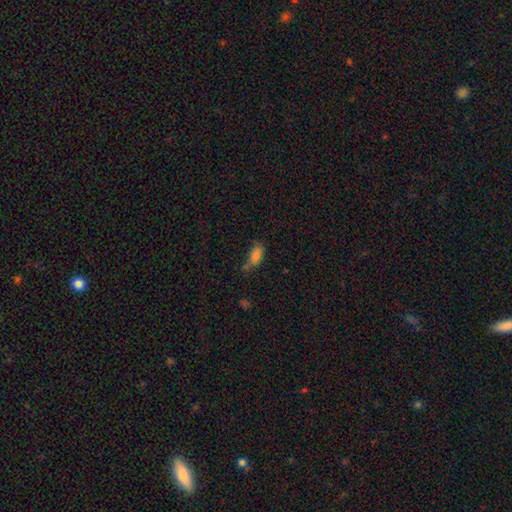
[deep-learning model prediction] The model was most divided on "merging": none: 43%, minor disturbance: 30%, major disturbance: 13%, merger: 13%. More confident: how rounded — in between (86%); smooth or featured — smooth (79%).